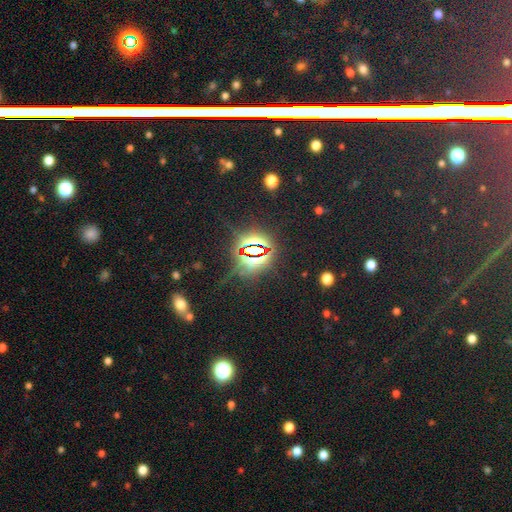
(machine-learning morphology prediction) This appears to be a star or artifact, not a galaxy (82%).